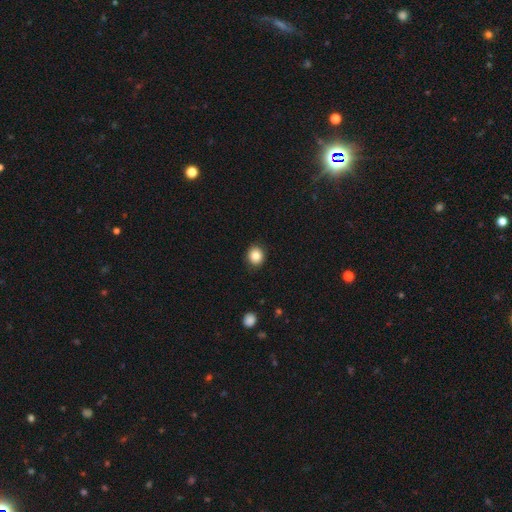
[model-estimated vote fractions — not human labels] smooth-or-featured: smooth: 86% | star or artifact: 9% | featured or disk: 5%
  how-rounded: round: 78% | in between: 21% | cigar-shaped: 1%
  merging: none: 90% | minor disturbance: 7% | major disturbance: 2% | merger: 1%